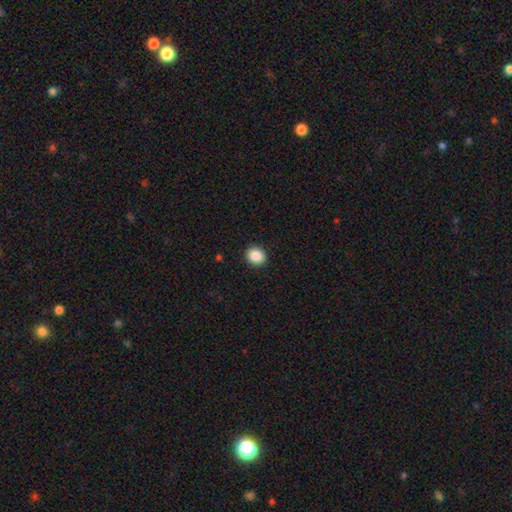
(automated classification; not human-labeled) Smooth or featured? Predicted: smooth (p=0.88). How rounded? Predicted: round (p=0.73). Merging? Predicted: none (p=0.92).